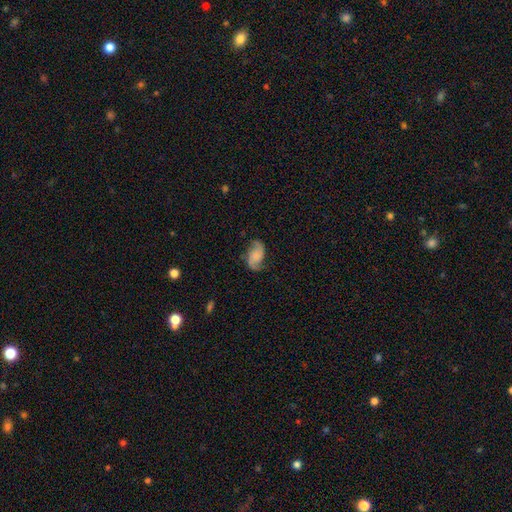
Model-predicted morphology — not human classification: Smooth or featured: featured or disk — 75% (smooth — 17%)
Edge-on disk: no — 98% (yes — 2%)
Bar: no — 63% (weak — 29%)
Spiral arms: yes — 95% (no — 5%)
Spiral winding: loose — 51% (medium — 37%)
Spiral arm count: 2 — 91% (1 — 3%)
Bulge size: none — 60% (large — 13%)
Merging: none — 71% (minor disturbance — 18%)